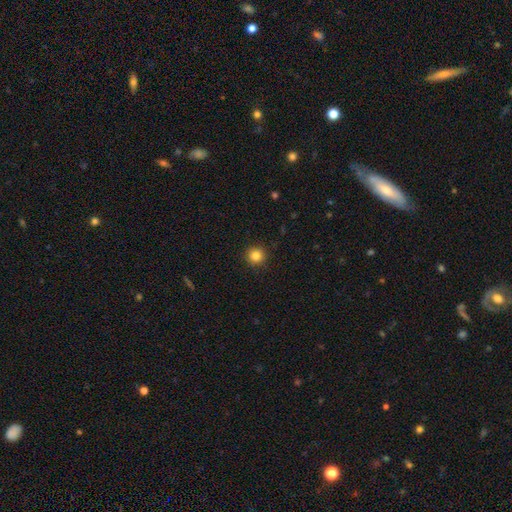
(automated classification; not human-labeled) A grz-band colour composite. It shows a smooth galaxy with no disk features (84%) that is round (95%). Merging: none (92%).